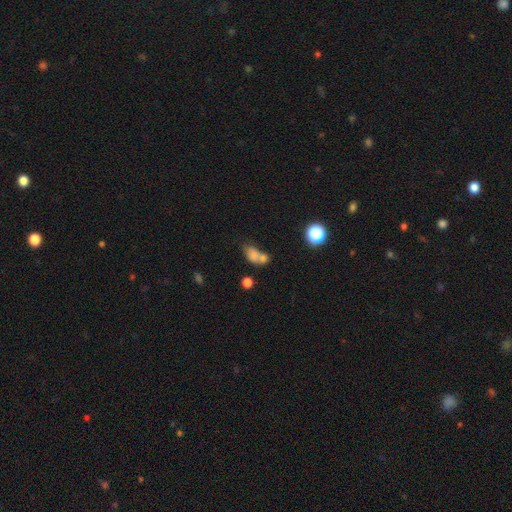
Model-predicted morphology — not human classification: smooth-or-featured: smooth: 72% | featured or disk: 15% | star or artifact: 13%
  how-rounded: in between: 73% | round: 23% | cigar-shaped: 4%
  merging: merger: 56% | none: 26% | minor disturbance: 11% | major disturbance: 7%